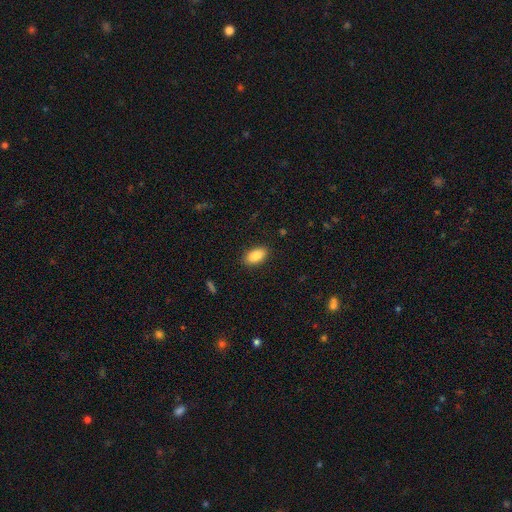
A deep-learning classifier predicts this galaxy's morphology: A smooth galaxy with no disk features (87%) that is in between round and cigar-shaped (93%).

Vote fractions:
- Smooth or featured? smooth: 87% / star or artifact: 7% / featured or disk: 6%
- How rounded? in between: 93% / round: 4% / cigar-shaped: 3%
- Merging? none: 88% / minor disturbance: 8% / major disturbance: 2% / merger: 1%